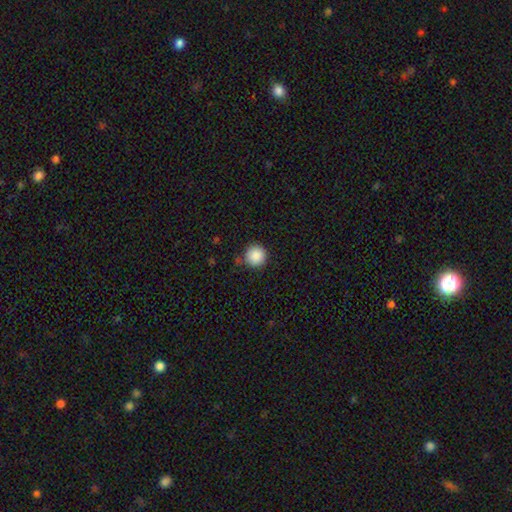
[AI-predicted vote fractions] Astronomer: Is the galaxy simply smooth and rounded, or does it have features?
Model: smooth — 88%.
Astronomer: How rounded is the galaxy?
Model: round — 96%.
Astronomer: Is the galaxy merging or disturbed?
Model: none — 85%.